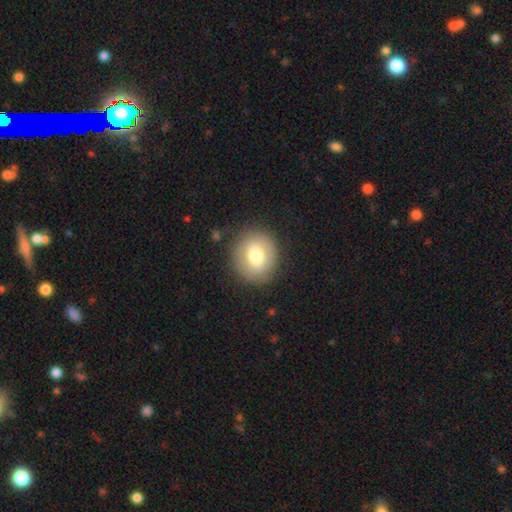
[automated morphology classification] smooth 69%, featured or disk 23%, star or artifact 8%. Down the decision tree: how rounded — round (78%); merging — none (84%).